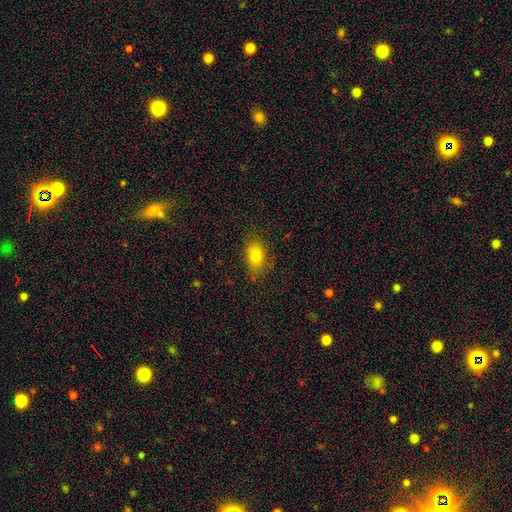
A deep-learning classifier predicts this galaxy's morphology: smooth_or_featured: smooth (p=0.79) [alt: star or artifact p=0.11]
how_rounded: in between (p=0.80) [alt: round p=0.17]
merging: none (p=0.79) [alt: minor disturbance p=0.16]